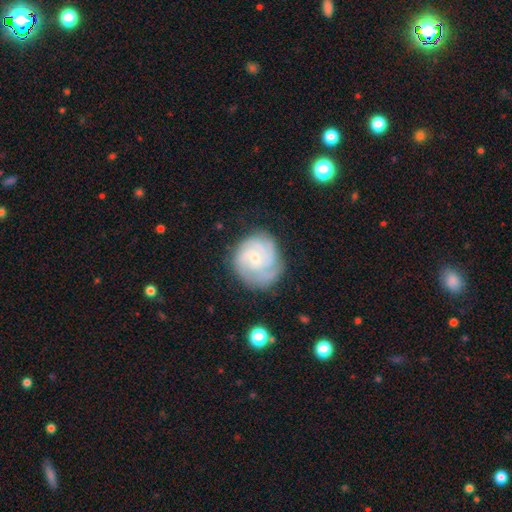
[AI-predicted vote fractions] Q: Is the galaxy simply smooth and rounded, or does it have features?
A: featured or disk — 79%.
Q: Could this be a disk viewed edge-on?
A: no — 98%.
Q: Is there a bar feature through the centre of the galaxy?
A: no — 62%.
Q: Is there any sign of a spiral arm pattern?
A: yes — 96%.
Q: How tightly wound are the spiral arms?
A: tight — 63%.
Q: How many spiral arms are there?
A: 3 — 33%.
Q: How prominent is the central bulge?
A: small — 69%.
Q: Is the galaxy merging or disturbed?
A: none — 72%.